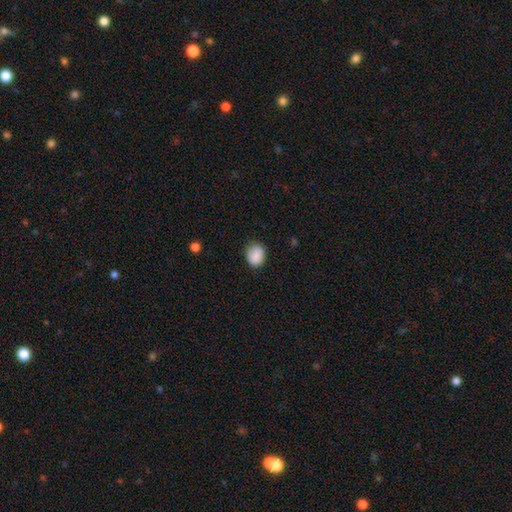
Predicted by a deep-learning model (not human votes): smooth 88%, star or artifact 8%, featured or disk 4%. Down the decision tree: how rounded — round (55%); merging — none (80%).